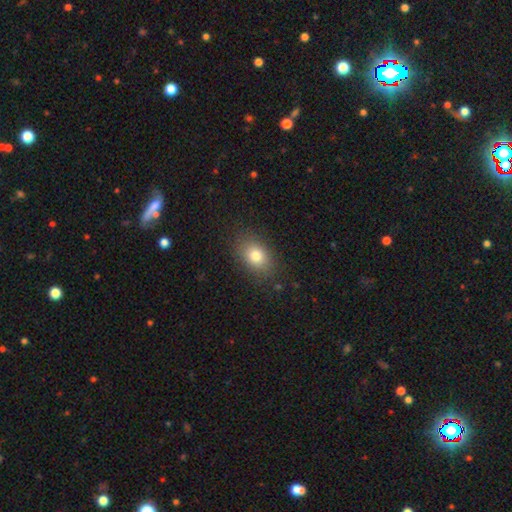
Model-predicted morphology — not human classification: A smooth galaxy with no disk features (79%) that is in between round and cigar-shaped (76%). Merging: none (85%).